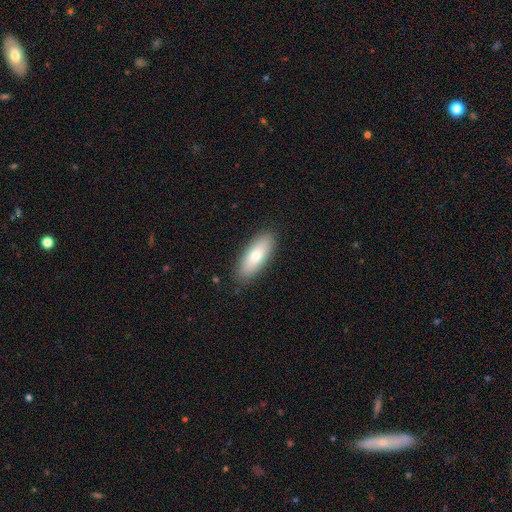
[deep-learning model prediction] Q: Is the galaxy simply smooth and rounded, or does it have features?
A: smooth — 74%.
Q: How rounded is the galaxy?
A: in between — 71%.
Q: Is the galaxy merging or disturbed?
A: none — 88%.